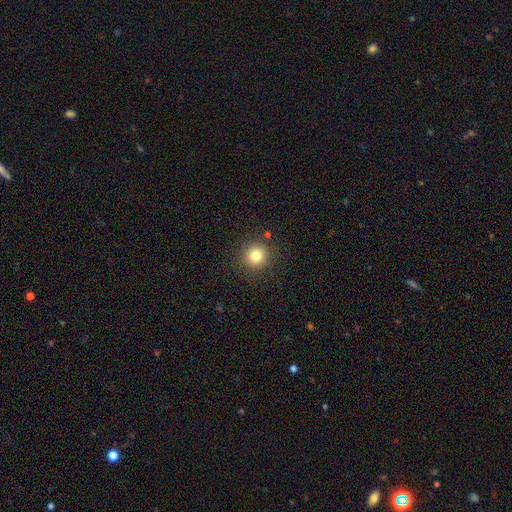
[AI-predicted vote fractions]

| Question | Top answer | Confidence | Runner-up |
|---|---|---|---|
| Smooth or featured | smooth | 81% | star or artifact (13%) |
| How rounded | round | 95% | in between (4%) |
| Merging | none | 89% | minor disturbance (6%) |